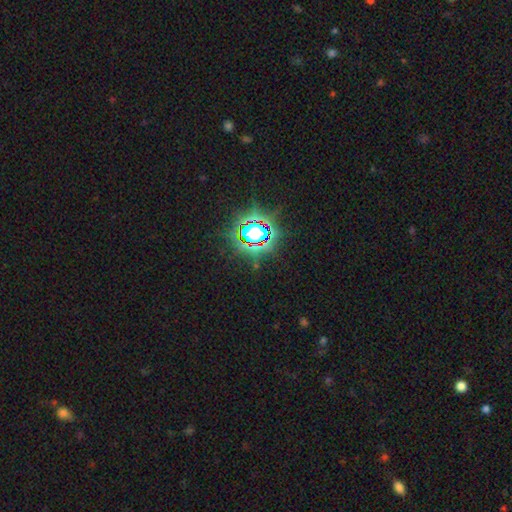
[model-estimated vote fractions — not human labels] Smooth or featured? star or artifact (83%)